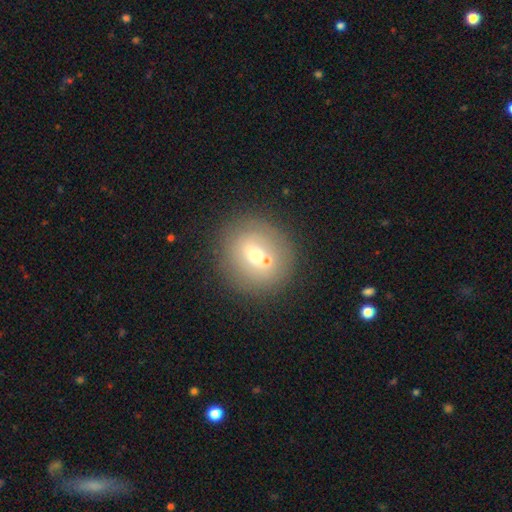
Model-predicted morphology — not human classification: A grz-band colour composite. It shows a smooth galaxy with no disk features (58%) that is round (85%). Merging: none (62%).